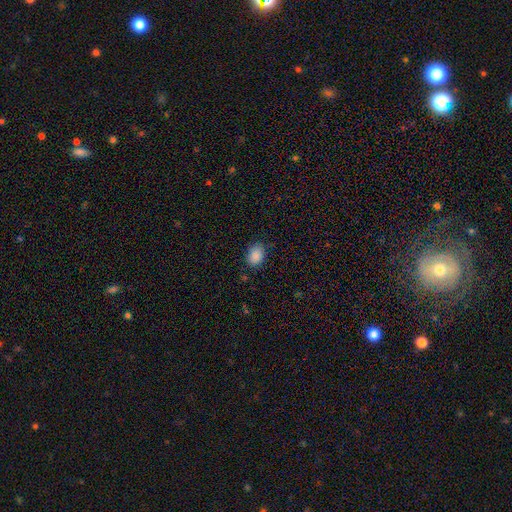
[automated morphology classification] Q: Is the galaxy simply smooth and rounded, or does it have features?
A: smooth — 88%.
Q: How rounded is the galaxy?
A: in between — 80%.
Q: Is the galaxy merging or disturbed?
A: none — 82%.